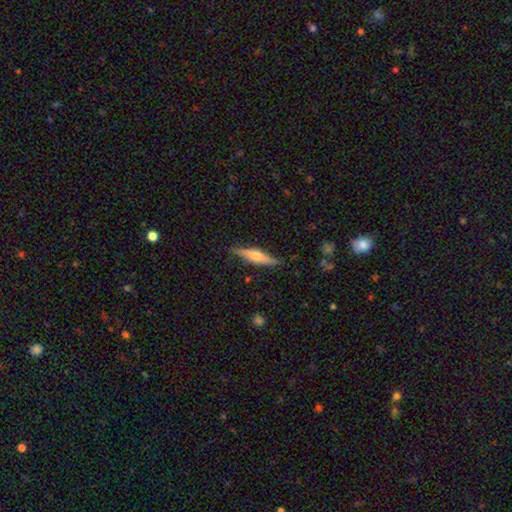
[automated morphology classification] type=featured or disk (53%); edge-on=yes (95%); edge-on bulge=rounded (73%); merging=none (85%).